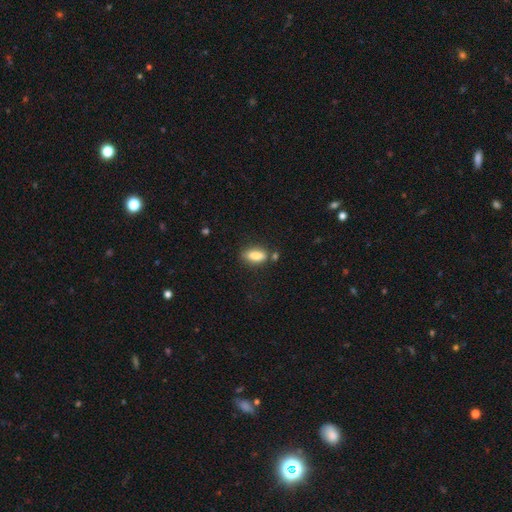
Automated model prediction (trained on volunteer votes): smooth-or-featured: smooth: 84% | featured or disk: 9% | star or artifact: 8%
  how-rounded: in between: 79% | cigar-shaped: 17% | round: 4%
  merging: none: 69% | minor disturbance: 16% | merger: 11% | major disturbance: 4%